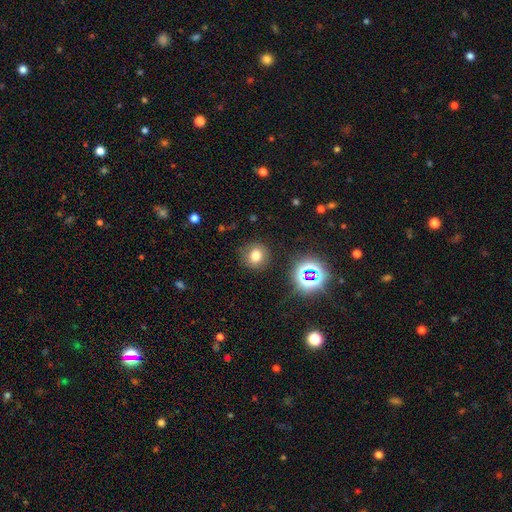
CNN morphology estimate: smooth-or-featured: smooth: 72% | star or artifact: 19% | featured or disk: 9%
  how-rounded: round: 86% | in between: 13% | cigar-shaped: 1%
  merging: none: 86% | minor disturbance: 9% | major disturbance: 4% | merger: 2%